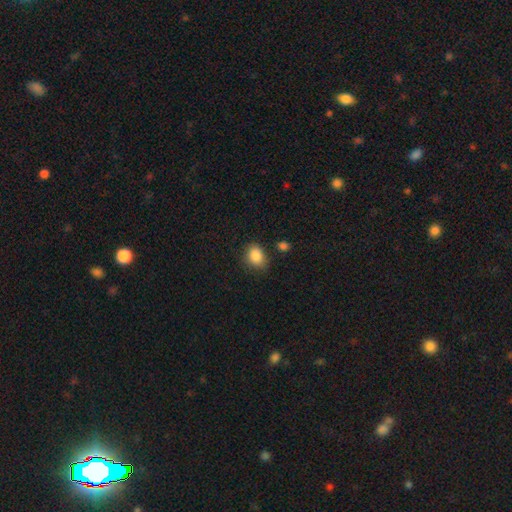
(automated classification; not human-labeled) Smooth or featured?
  - smooth: 88% *
  - star or artifact: 8%
  - featured or disk: 4%
How rounded?
  - in between: 62% *
  - round: 37%
  - cigar-shaped: 1%
Merging?
  - none: 73% *
  - minor disturbance: 18%
  - major disturbance: 5%
  - merger: 4%